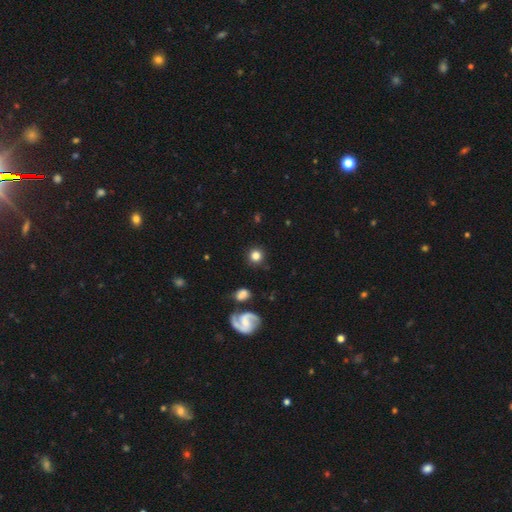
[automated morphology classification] Smooth or featured? Predicted: smooth (p=0.75). How rounded? Predicted: round (p=0.92). Merging? Predicted: none (p=0.85).